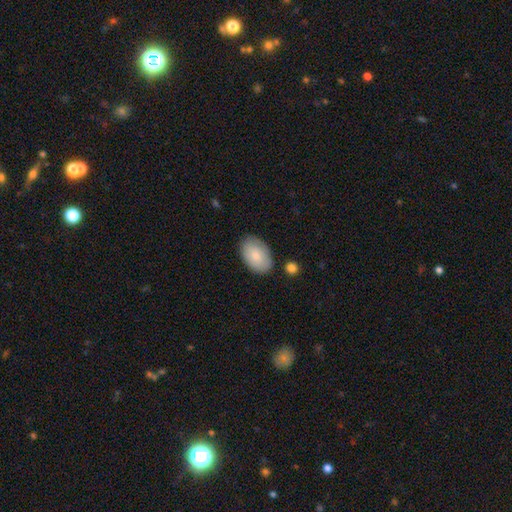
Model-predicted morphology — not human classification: This is clearly a smooth galaxy (80%). How rounded: clearly in between (91%). Merging: likely none (79%).